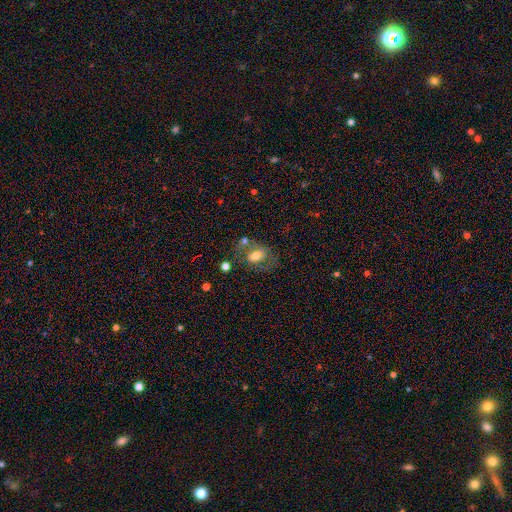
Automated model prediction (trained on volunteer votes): smooth-or-featured: smooth: 53% | featured or disk: 38% | star or artifact: 9%
  how-rounded: in between: 71% | round: 27% | cigar-shaped: 2%
  merging: none: 55% | minor disturbance: 19% | major disturbance: 13% | merger: 13%